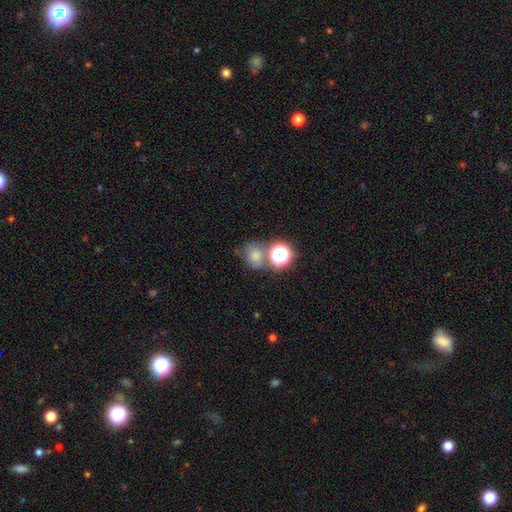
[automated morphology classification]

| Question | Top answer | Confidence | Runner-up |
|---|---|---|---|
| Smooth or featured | smooth | 68% | star or artifact (21%) |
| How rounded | round | 61% | in between (38%) |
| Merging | none | 50% | merger (27%) |